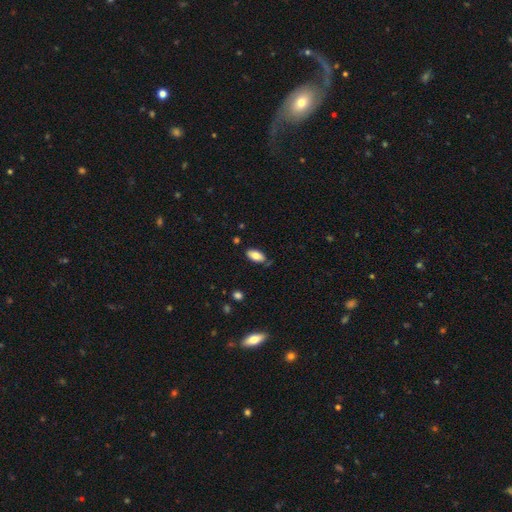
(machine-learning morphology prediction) This appears to be a smooth galaxy with no disk features (79%) that is in between round and cigar-shaped (92%). Merging: none (75%).